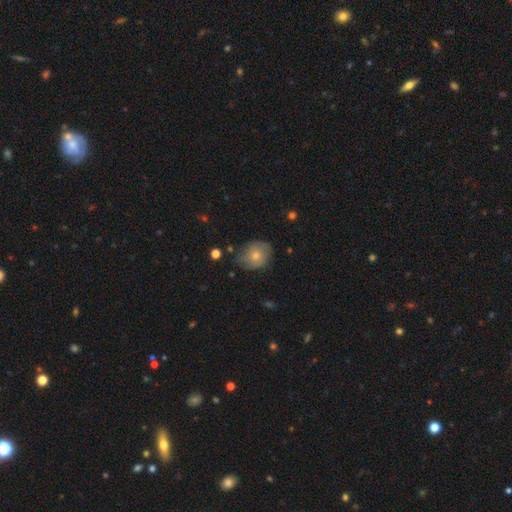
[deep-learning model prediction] Smooth or featured?
  - smooth: 67% *
  - featured or disk: 25%
  - star or artifact: 8%
How rounded?
  - round: 60% *
  - in between: 39%
  - cigar-shaped: 1%
Merging?
  - none: 63% *
  - minor disturbance: 28%
  - major disturbance: 7%
  - merger: 2%